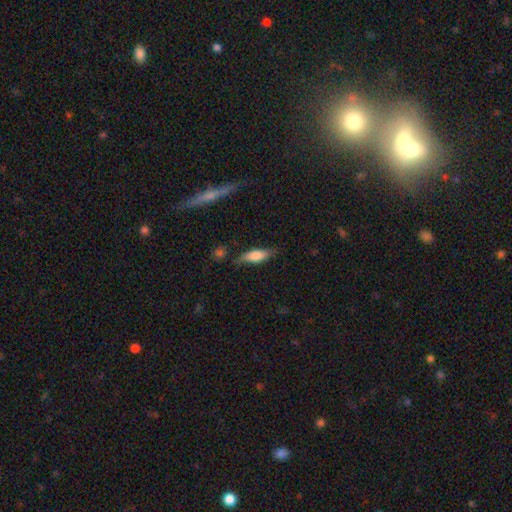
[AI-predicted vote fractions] A smooth galaxy with no disk features (71%) that is in between round and cigar-shaped (54%).

Vote fractions:
- Smooth or featured? smooth: 71% / featured or disk: 23% / star or artifact: 7%
- How rounded? in between: 54% / cigar-shaped: 43% / round: 2%
- Merging? none: 71% / minor disturbance: 20% / major disturbance: 5% / merger: 4%